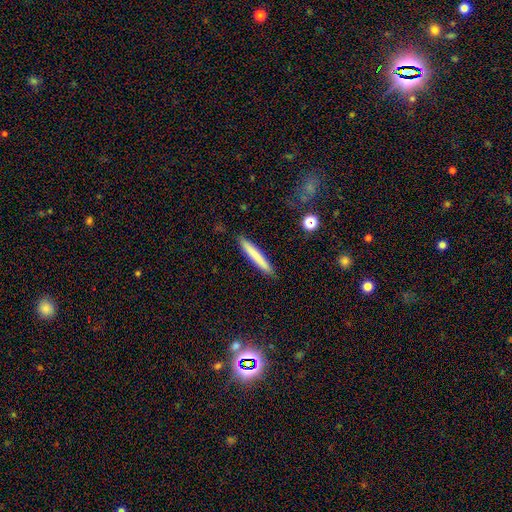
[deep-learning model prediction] Smooth or featured: smooth — 76% (featured or disk — 17%)
How rounded: cigar-shaped — 95% (in between — 4%)
Merging: none — 91% (minor disturbance — 7%)